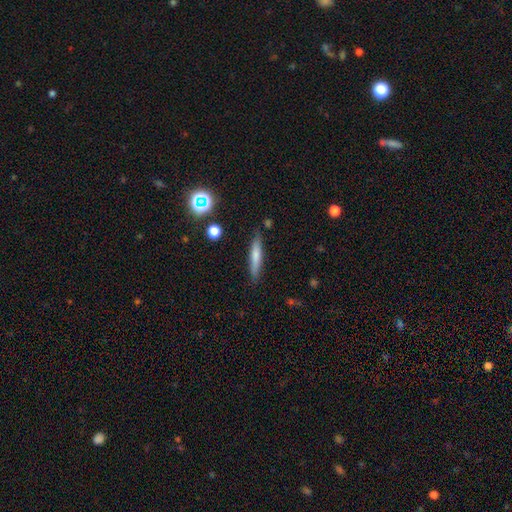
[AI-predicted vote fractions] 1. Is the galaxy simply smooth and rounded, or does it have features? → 67% smooth, 26% featured or disk, 7% star or artifact.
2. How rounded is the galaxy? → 90% cigar-shaped, 9% in between, 2% round.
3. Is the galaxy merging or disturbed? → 85% none, 11% minor disturbance, 2% major disturbance, 2% merger.